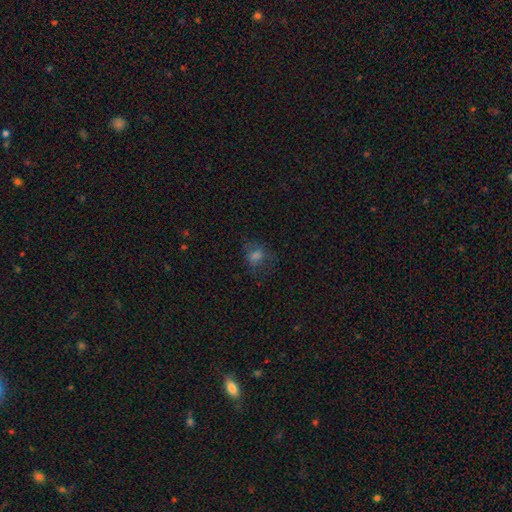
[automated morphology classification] Smooth or featured? smooth (58%)
How rounded? round (52%)
Merging? none (58%)